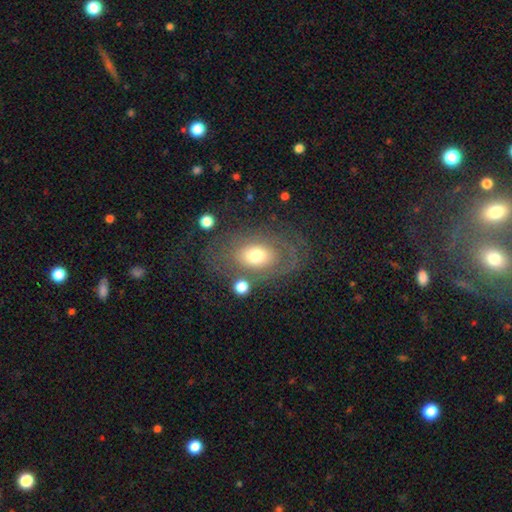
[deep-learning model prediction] Smooth or featured? Predicted: featured or disk (p=0.45, tied with smooth). Merging? Predicted: none (p=0.64).